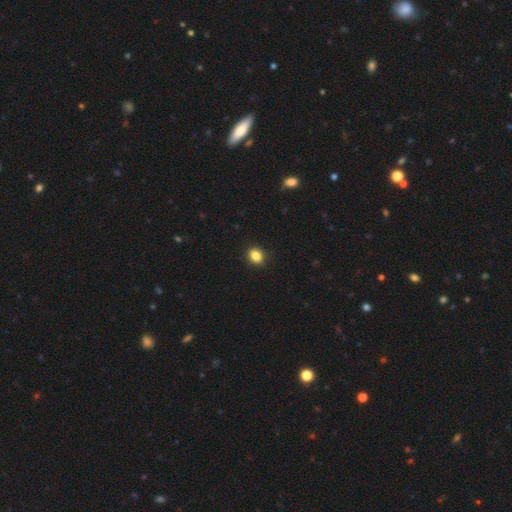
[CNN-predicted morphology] type=smooth (86%); roundness=round (55%); merging=none (91%).